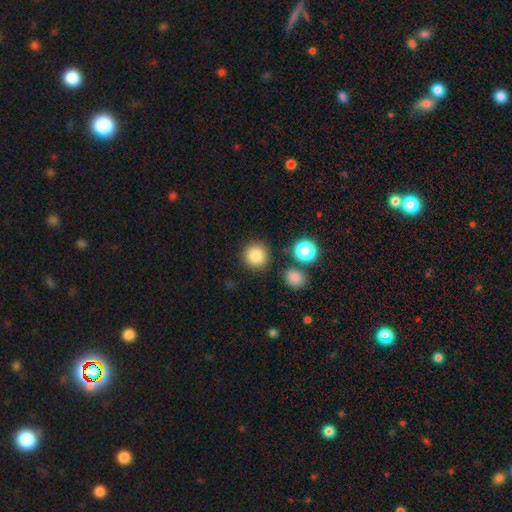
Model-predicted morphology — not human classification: Q: Smooth or featured?
A: smooth (84%); runner-up: star or artifact (11%)
Q: How rounded?
A: round (93%); runner-up: in between (6%)
Q: Merging?
A: none (85%); runner-up: minor disturbance (8%)